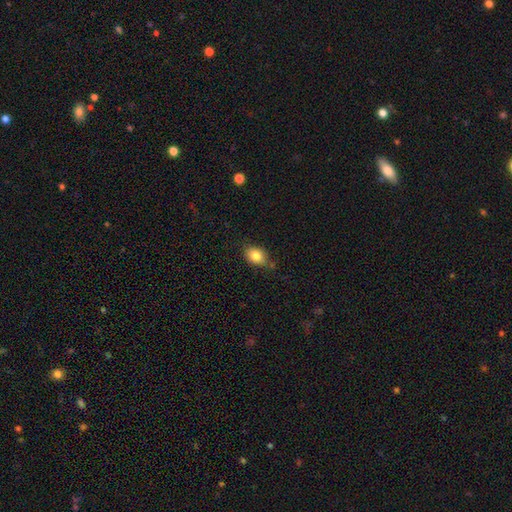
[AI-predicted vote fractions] Q: Smooth or featured?
A: smooth (84%); runner-up: star or artifact (9%)
Q: How rounded?
A: in between (69%); runner-up: round (30%)
Q: Merging?
A: none (70%); runner-up: minor disturbance (22%)